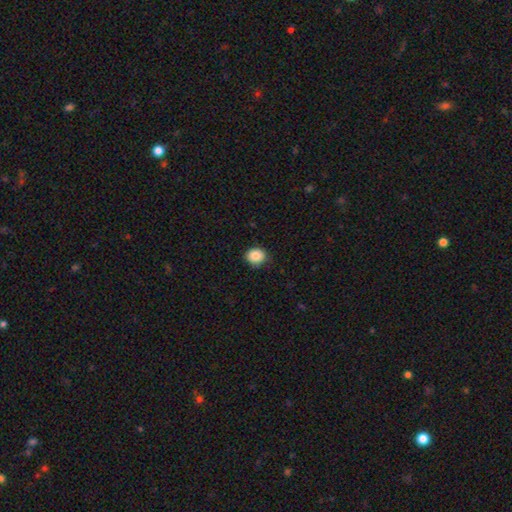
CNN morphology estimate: A smooth galaxy with no disk features (86%) that is round (69%).

Vote fractions:
- Smooth or featured? smooth: 86% / star or artifact: 9% / featured or disk: 5%
- How rounded? round: 69% / in between: 30% / cigar-shaped: 1%
- Merging? none: 83% / minor disturbance: 13% / major disturbance: 2% / merger: 1%